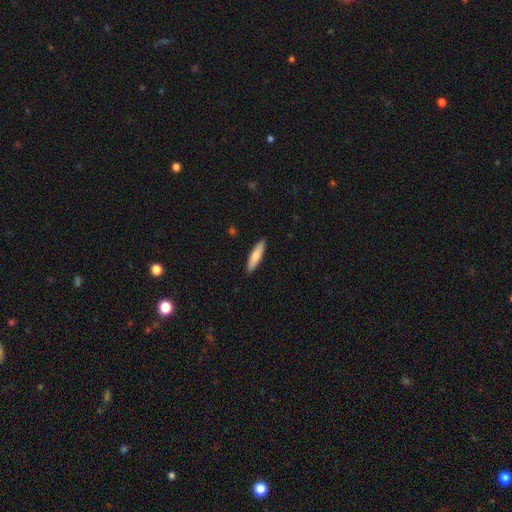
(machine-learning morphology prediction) smooth_or_featured: smooth (p=0.77) [alt: featured or disk p=0.18]
how_rounded: cigar-shaped (p=0.77) [alt: in between p=0.22]
merging: none (p=0.90) [alt: minor disturbance p=0.07]